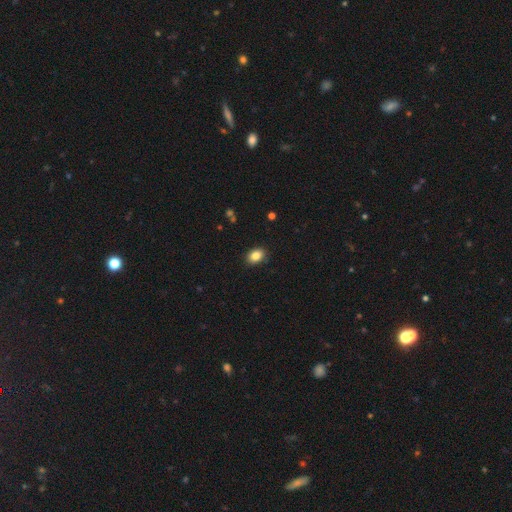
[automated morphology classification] Smooth or featured? smooth (85%)
How rounded? in between (77%)
Merging? none (88%)